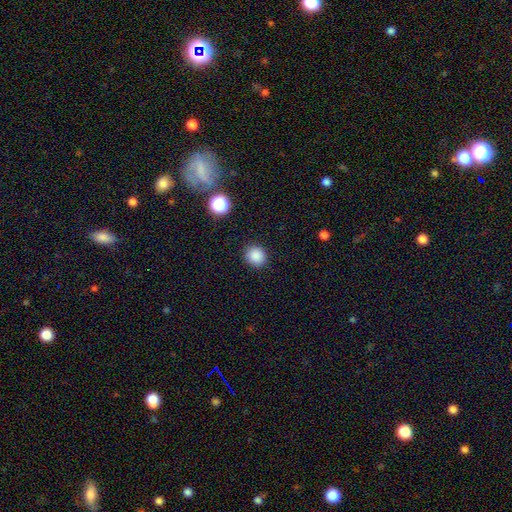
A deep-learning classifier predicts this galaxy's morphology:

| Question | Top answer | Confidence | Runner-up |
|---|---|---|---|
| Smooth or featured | smooth | 86% | star or artifact (10%) |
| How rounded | round | 81% | in between (18%) |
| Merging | none | 89% | minor disturbance (7%) |